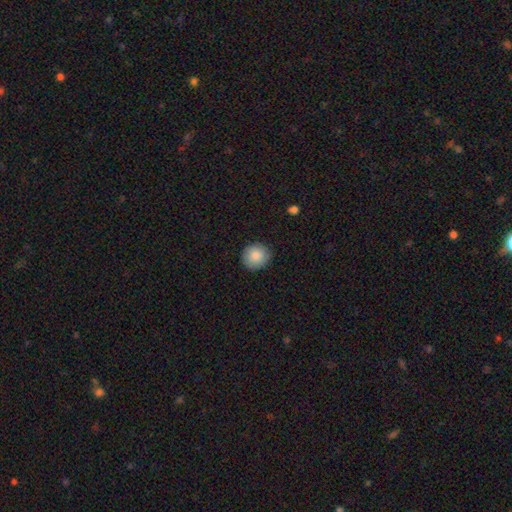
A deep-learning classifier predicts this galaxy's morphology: Smooth or featured: smooth — 88% (star or artifact — 8%)
How rounded: round — 90% (in between — 9%)
Merging: none — 89% (minor disturbance — 8%)